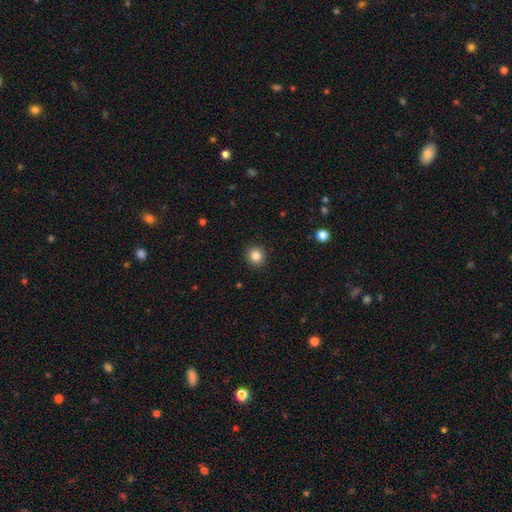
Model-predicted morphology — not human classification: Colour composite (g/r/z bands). It shows a smooth galaxy with no disk features (84%) that is round (91%). Merging: none (92%).